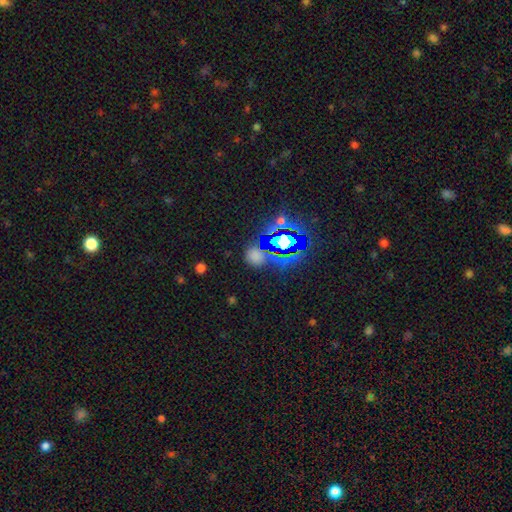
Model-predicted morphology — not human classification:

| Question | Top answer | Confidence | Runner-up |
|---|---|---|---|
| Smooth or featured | star or artifact | 50% | smooth (43%) |